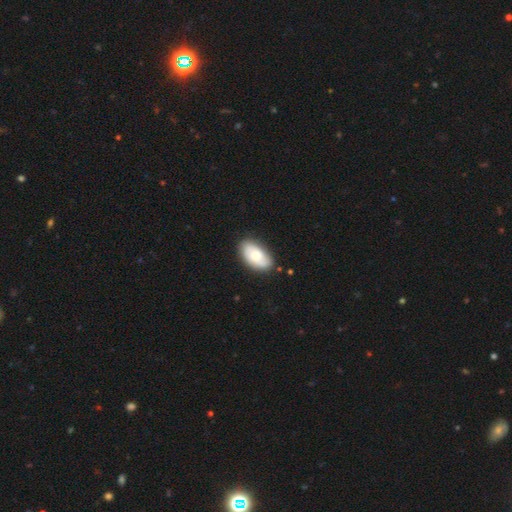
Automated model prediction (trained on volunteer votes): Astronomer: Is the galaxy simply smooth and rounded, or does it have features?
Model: smooth — 58% (runner-up: featured or disk, 36%).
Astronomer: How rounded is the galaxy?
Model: in between — 93%.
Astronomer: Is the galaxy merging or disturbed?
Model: none — 79%.